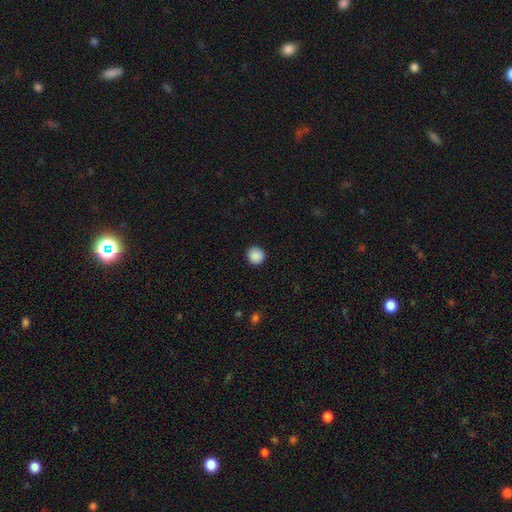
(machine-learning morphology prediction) The model was most divided on "smooth or featured": smooth: 89%, star or artifact: 9%, featured or disk: 2%. More confident: how rounded — round (93%); merging — none (91%).